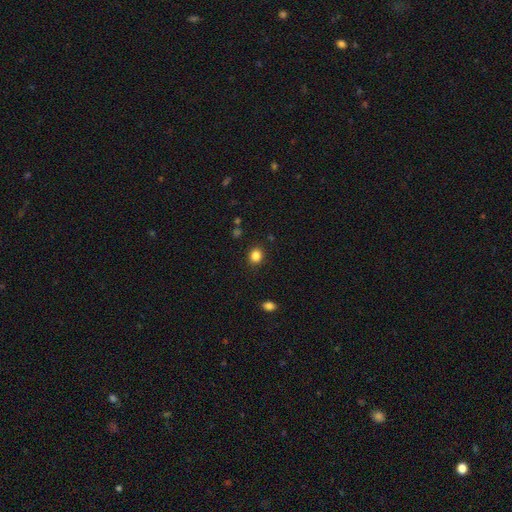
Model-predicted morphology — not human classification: Smooth or featured? smooth (84%)
How rounded? round (71%)
Merging? none (89%)